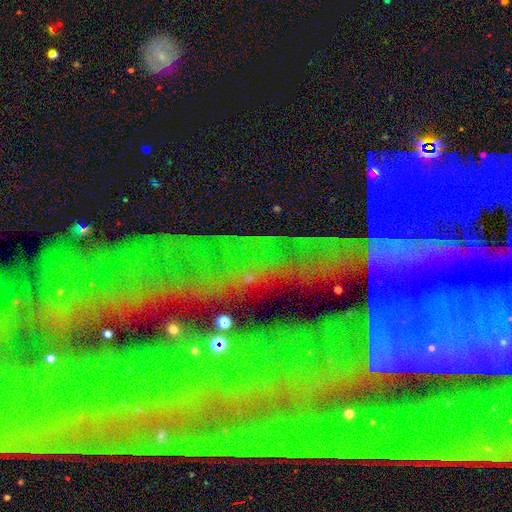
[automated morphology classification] Smooth or featured? Predicted: star or artifact (p=0.77).